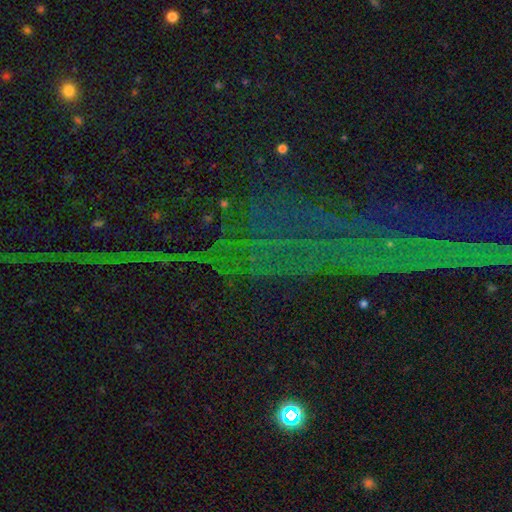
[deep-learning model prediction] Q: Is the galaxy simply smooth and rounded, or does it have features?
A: star or artifact — 79%.